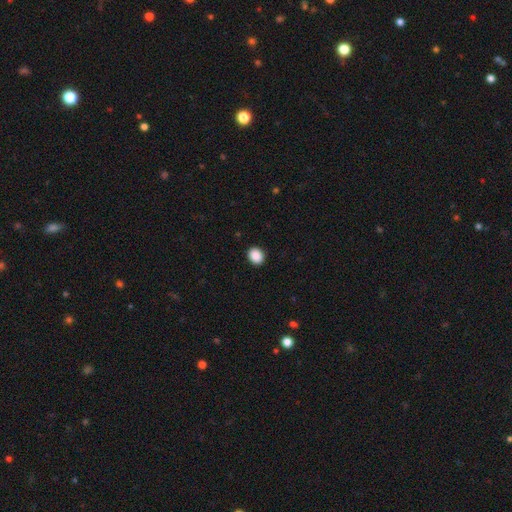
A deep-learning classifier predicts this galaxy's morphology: This appears to be a smooth galaxy with no disk features (89%) that is round (60%). Merging: none (91%).